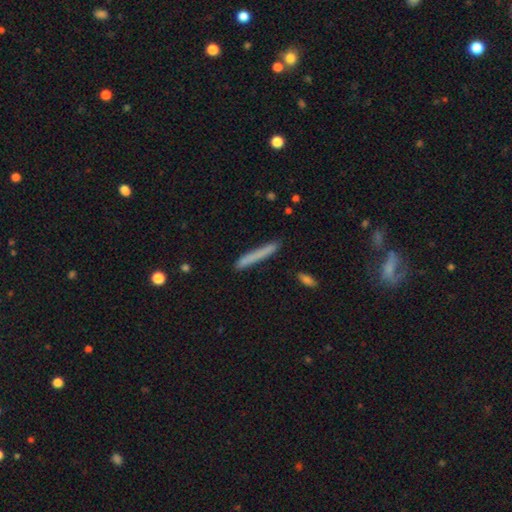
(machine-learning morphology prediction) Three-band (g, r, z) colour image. It shows a smooth galaxy with no disk features (74%) that is cigar-shaped (96%). Merging: none (85%).